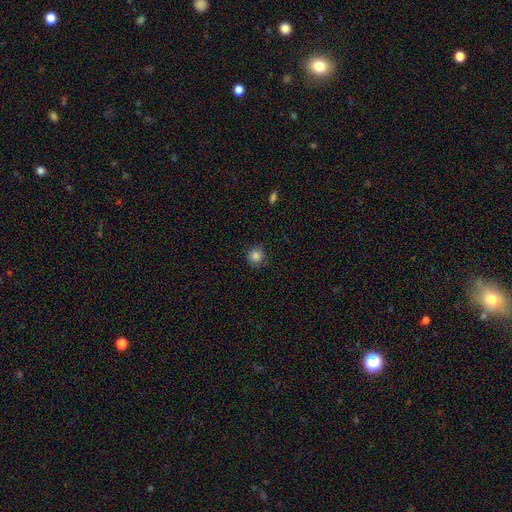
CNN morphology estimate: This appears to be a smooth galaxy with no disk features (84%) that is round (93%). Merging: none (87%).